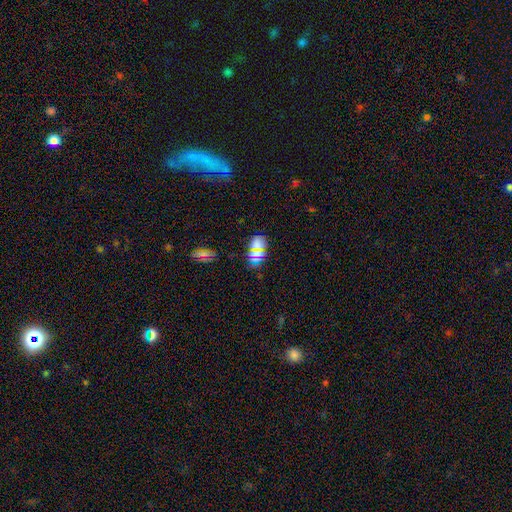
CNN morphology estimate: Smooth or featured?
  - smooth: 63% *
  - star or artifact: 29%
  - featured or disk: 8%
How rounded?
  - in between: 77% *
  - round: 19%
  - cigar-shaped: 4%
Merging?
  - none: 77% *
  - minor disturbance: 15%
  - major disturbance: 5%
  - merger: 3%